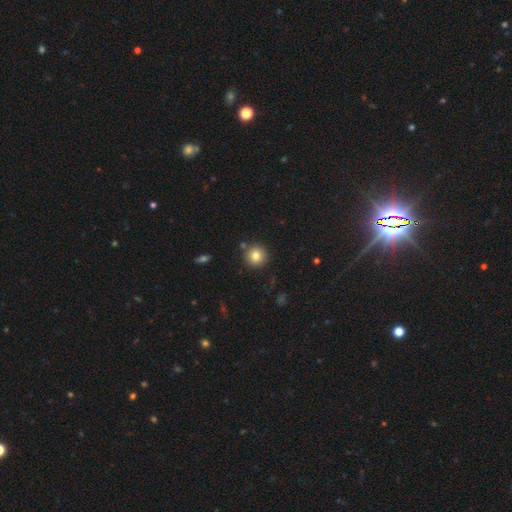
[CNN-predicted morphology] Smooth or featured?
  - smooth: 80% *
  - star or artifact: 11%
  - featured or disk: 9%
How rounded?
  - round: 95% *
  - in between: 4%
  - cigar-shaped: 1%
Merging?
  - none: 85% *
  - minor disturbance: 7%
  - merger: 5%
  - major disturbance: 2%